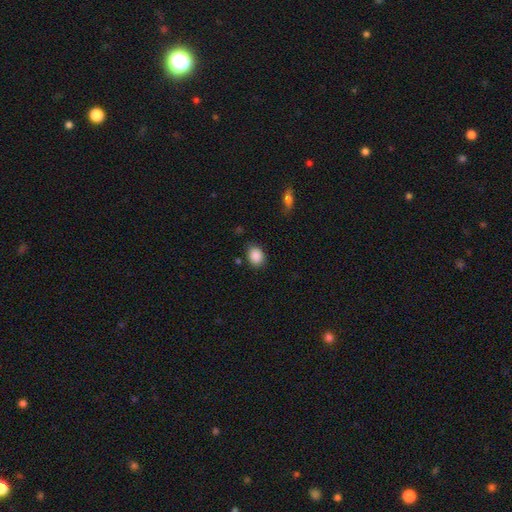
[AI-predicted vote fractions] smooth_or_featured: smooth (p=0.89) [alt: star or artifact p=0.08]
how_rounded: in between (p=0.55) [alt: round p=0.44]
merging: none (p=0.81) [alt: minor disturbance p=0.13]